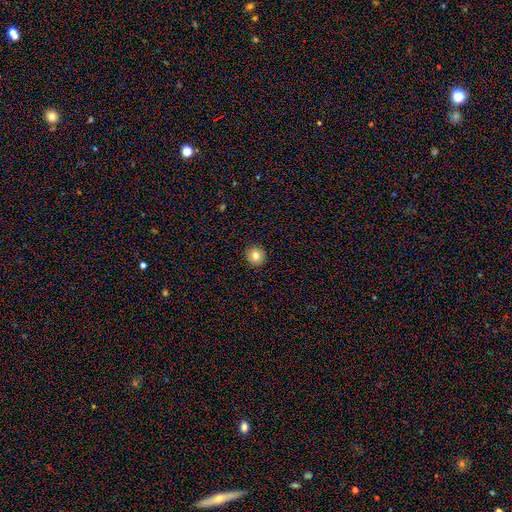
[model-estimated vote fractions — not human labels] Morphology: type=smooth (81%); roundness=round (93%); merging=none (93%).